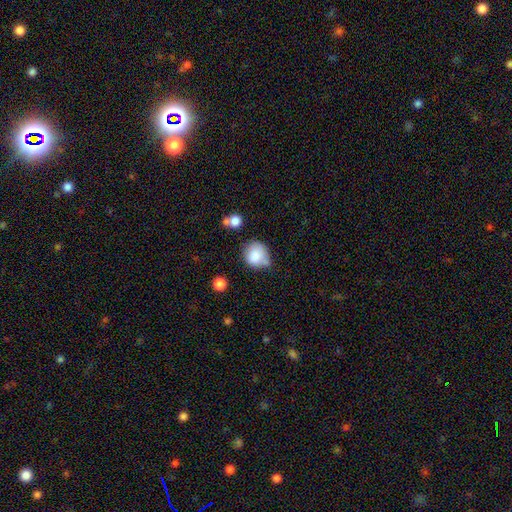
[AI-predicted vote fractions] smooth_or_featured: smooth (p=0.82) [alt: featured or disk p=0.09]
how_rounded: round (p=0.82) [alt: in between p=0.17]
merging: none (p=0.49) [alt: minor disturbance p=0.28]